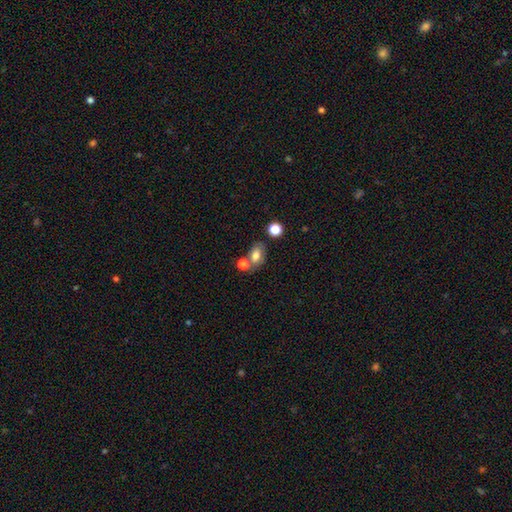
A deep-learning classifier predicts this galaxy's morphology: Smooth or featured: smooth — 75% (featured or disk — 15%)
How rounded: in between — 79% (round — 19%)
Merging: none — 53% (merger — 26%)